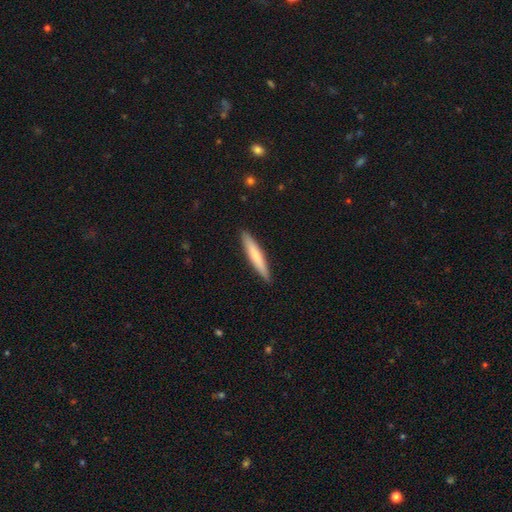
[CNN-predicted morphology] Smooth or featured? smooth (69%)
How rounded? cigar-shaped (93%)
Merging? none (91%)